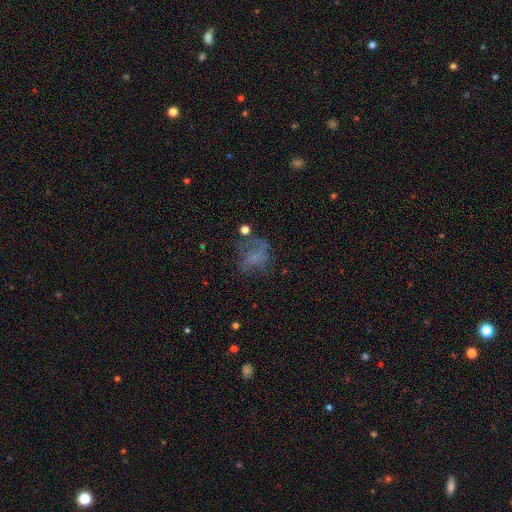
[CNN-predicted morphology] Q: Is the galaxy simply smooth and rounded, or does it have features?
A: smooth — 46%.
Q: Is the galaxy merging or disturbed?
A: none — 41%.